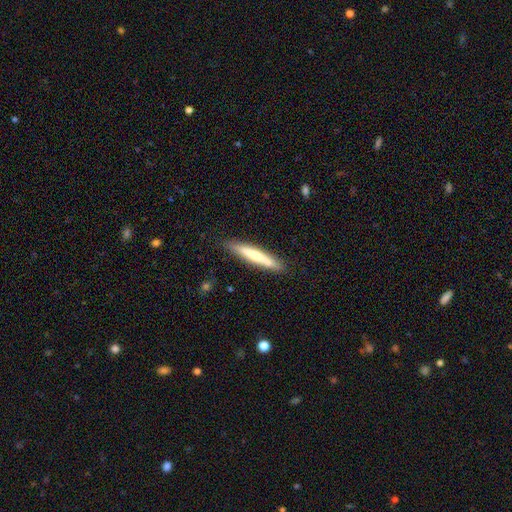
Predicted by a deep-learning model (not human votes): Smooth or featured?
  - smooth: 58% *
  - featured or disk: 36%
  - star or artifact: 5%
How rounded?
  - cigar-shaped: 93% *
  - in between: 6%
  - round: 1%
Merging?
  - none: 85% *
  - minor disturbance: 11%
  - major disturbance: 2%
  - merger: 2%